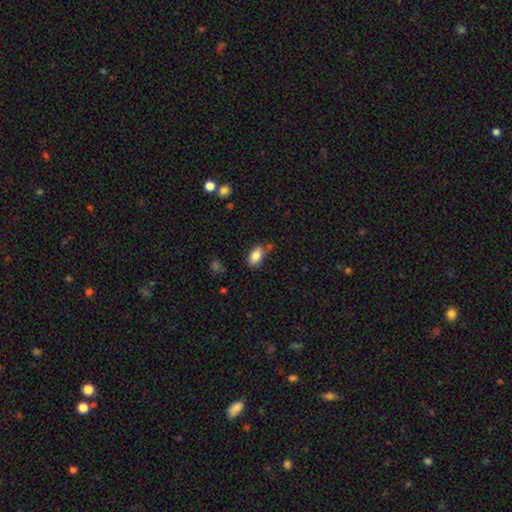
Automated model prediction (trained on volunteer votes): smooth_or_featured: smooth (p=0.85) [alt: star or artifact p=0.08]
how_rounded: in between (p=0.91) [alt: round p=0.07]
merging: none (p=0.76) [alt: minor disturbance p=0.15]